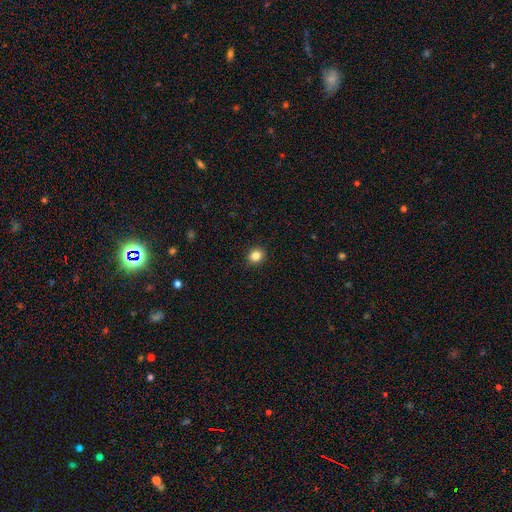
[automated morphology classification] Smooth or featured? Predicted: smooth (p=0.84). How rounded? Predicted: round (p=0.75). Merging? Predicted: none (p=0.91).